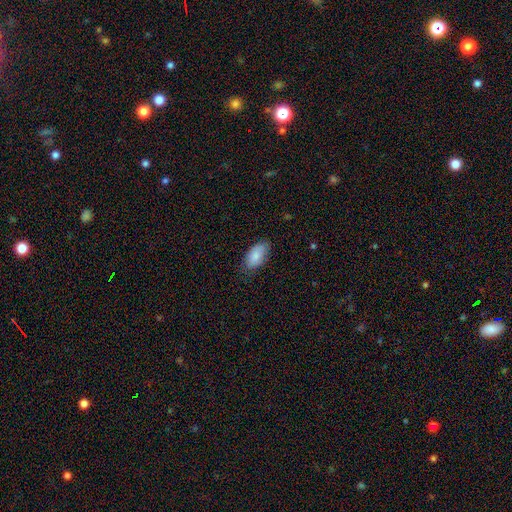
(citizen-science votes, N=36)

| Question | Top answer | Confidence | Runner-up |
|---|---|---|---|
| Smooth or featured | smooth | 89% | featured or disk (8%) |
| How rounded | in between | 91% | round (6%) |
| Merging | none | 54% | minor disturbance (43%) |